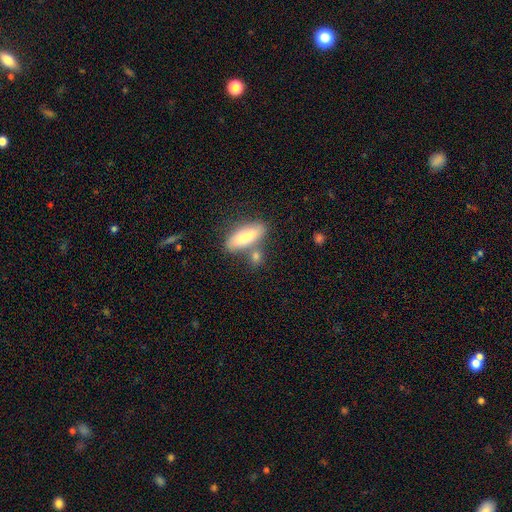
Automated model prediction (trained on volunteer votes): Overall: smooth (80%). How rounded: in between (56%; cigar-shaped 34%). Merging: none (64%).